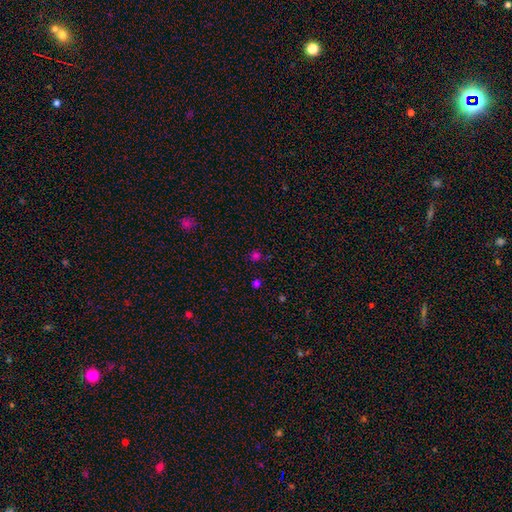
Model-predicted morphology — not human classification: Smooth or featured? Predicted: smooth (p=0.66). How rounded? Predicted: round (p=0.88). Merging? Predicted: none (p=0.82).